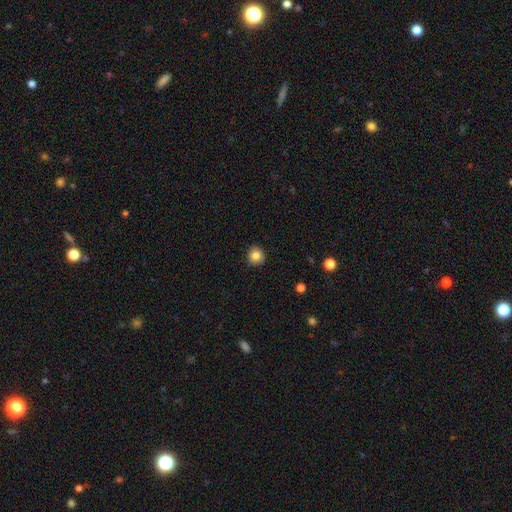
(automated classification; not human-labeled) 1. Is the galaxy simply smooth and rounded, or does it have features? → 83% smooth, 10% star or artifact, 7% featured or disk.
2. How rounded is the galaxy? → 92% round, 7% in between, 1% cigar-shaped.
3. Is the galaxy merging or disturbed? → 91% none, 7% minor disturbance, 2% major disturbance, 1% merger.